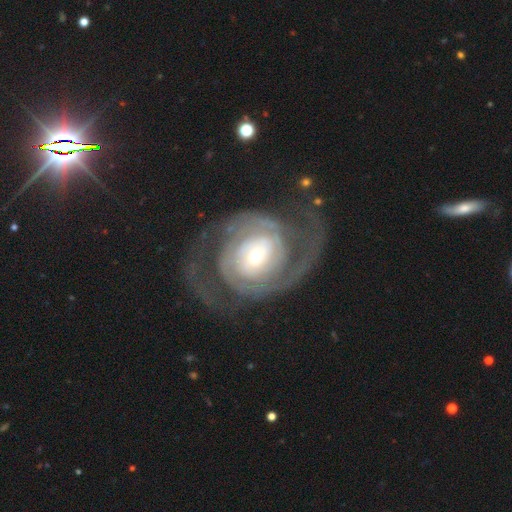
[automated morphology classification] A featured or disk galaxy (88%) with no bar (63%), 2 (75%) tight (55%) spiral arms (94%) and a small central bulge (57%).

Vote fractions:
- Smooth or featured? featured or disk: 88% / smooth: 7% / star or artifact: 5%
- Edge-on disk? no: 97% / yes: 3%
- Bar? no: 63% / weak: 24% / strong: 13%
- Spiral arms? yes: 94% / no: 6%
- Spiral winding? tight: 55% / medium: 33% / loose: 12%
- Spiral arm count? 2: 75% / can't tell: 10% / 3: 6% / 1: 4% / 4: 3% / more than 4: 3%
- Bulge size? small: 57% / moderate: 34% / large: 6% / dominant: 2% / none: 1%
- Merging? none: 67% / major disturbance: 18% / minor disturbance: 14% / merger: 2%